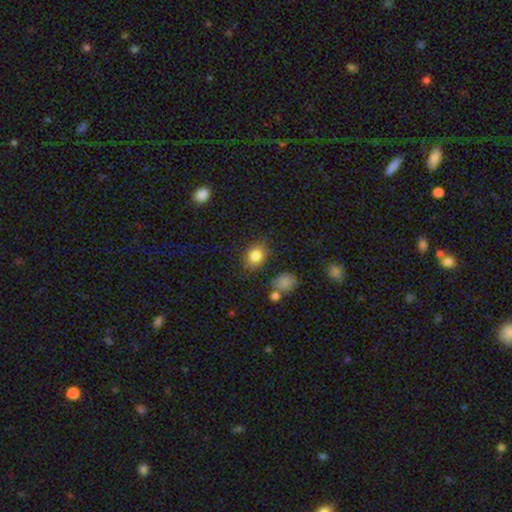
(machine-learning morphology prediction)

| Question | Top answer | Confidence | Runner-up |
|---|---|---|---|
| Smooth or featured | smooth | 82% | star or artifact (10%) |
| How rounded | in between | 60% | round (39%) |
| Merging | none | 76% | minor disturbance (17%) |